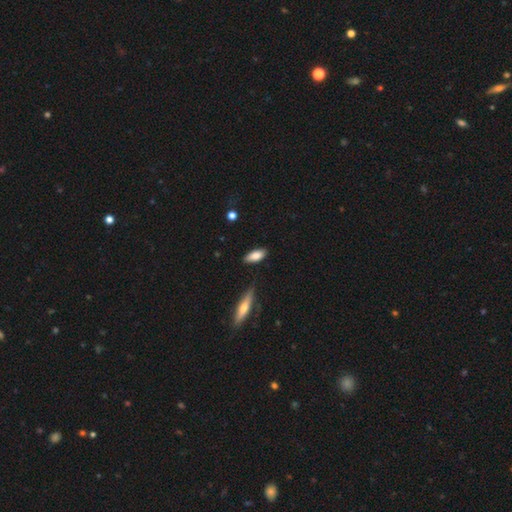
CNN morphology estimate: smooth-or-featured: smooth: 82% | featured or disk: 12% | star or artifact: 6%
  how-rounded: in between: 78% | cigar-shaped: 19% | round: 2%
  merging: none: 82% | minor disturbance: 13% | major disturbance: 3% | merger: 2%